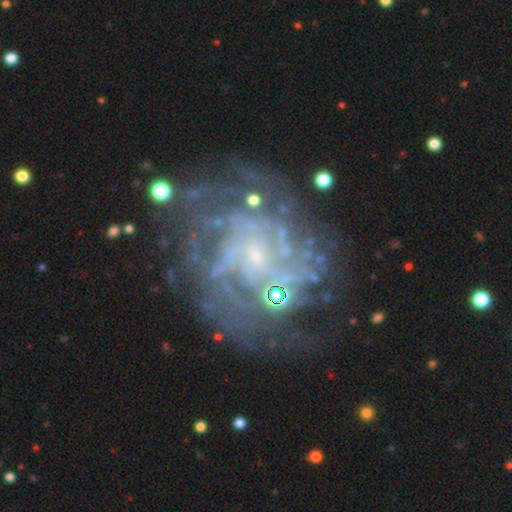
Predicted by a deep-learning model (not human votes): Overall: featured or disk (84%). Edge-on disk: no (98%). Bar: no (67%; weak 27%). Spiral arms: yes (91%). Spiral arm count: can't tell (32%; 4 19%). Spiral winding: tight (54%; medium 35%). Bulge size: small (71%). Merging: none (66%).